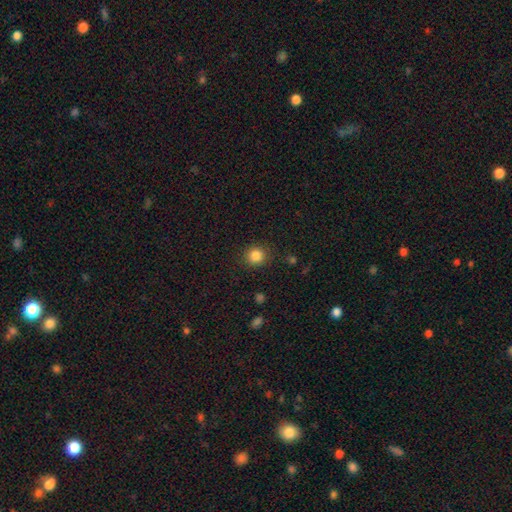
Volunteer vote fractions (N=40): This appears to be a smooth galaxy with no disk features (92%) that is round (92%). Merging: none (78%).